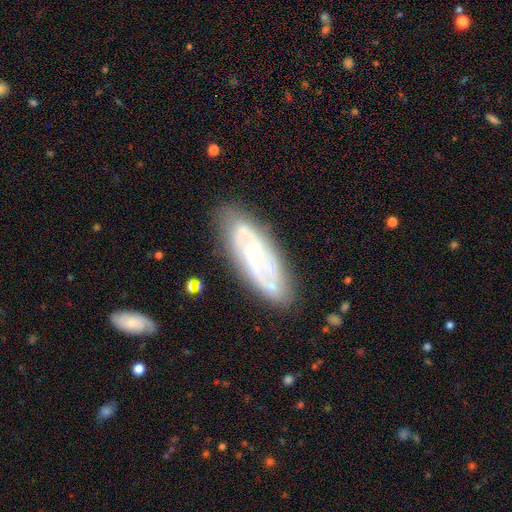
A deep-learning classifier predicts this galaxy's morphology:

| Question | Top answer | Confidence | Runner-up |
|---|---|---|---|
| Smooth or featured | featured or disk | 76% | smooth (18%) |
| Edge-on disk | no | 88% | yes (12%) |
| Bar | no | 67% | weak (27%) |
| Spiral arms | yes | 89% | no (11%) |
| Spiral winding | tight | 52% | medium (37%) |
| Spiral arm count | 2 | 37% | can't tell (35%) |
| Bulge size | small | 65% | moderate (28%) |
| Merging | none | 77% | minor disturbance (17%) |